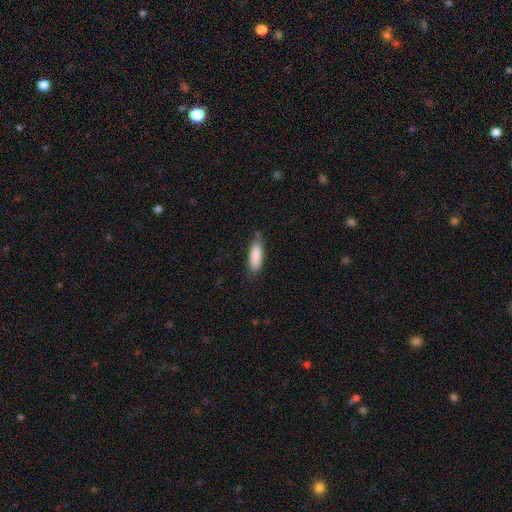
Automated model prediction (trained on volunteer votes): This is clearly a smooth galaxy (86%). How rounded: possibly cigar-shaped (51%). Merging: likely none (72%).